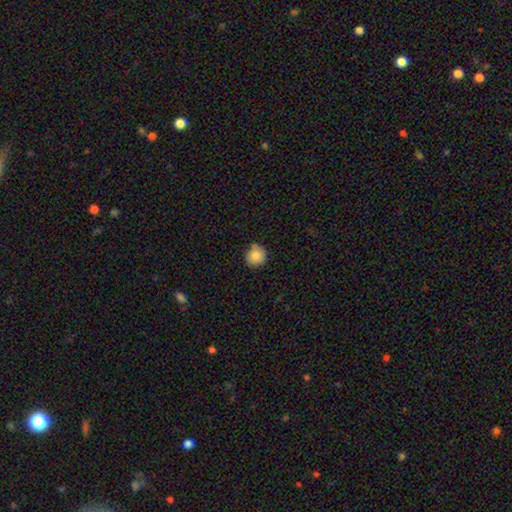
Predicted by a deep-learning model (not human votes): Overall: smooth (83%). How rounded: round (92%). Merging: none (73%).